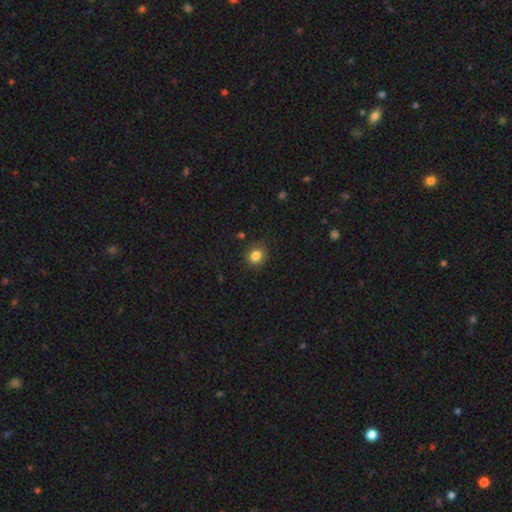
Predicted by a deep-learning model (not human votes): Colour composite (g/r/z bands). It shows a smooth galaxy with no disk features (83%) that is round (73%). Merging: none (86%).